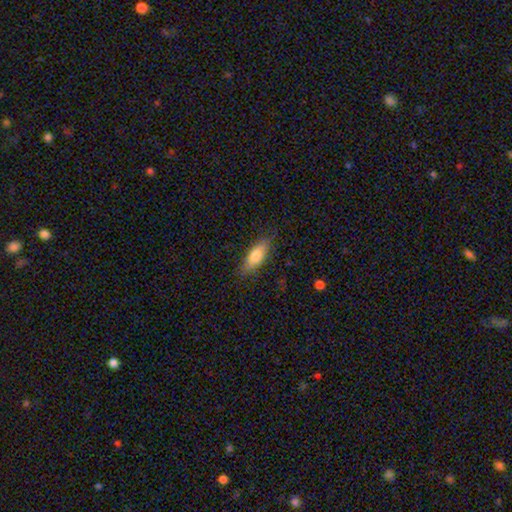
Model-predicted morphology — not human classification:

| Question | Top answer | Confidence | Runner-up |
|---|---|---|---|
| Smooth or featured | smooth | 72% | featured or disk (21%) |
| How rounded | in between | 64% | cigar-shaped (34%) |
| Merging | none | 80% | minor disturbance (15%) |